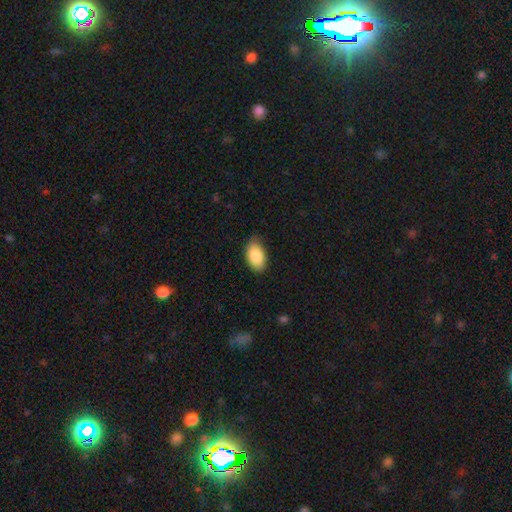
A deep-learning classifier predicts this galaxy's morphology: This appears to be a smooth galaxy with no disk features (88%) that is in between round and cigar-shaped (93%). Merging: none (77%).